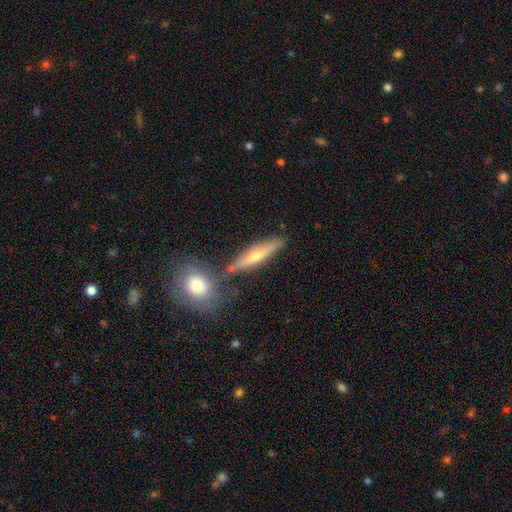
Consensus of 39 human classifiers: Overall: featured or disk (72%). Edge-on disk: yes (93%). Edge-on bulge: rounded (81%). Merging: none (82%).